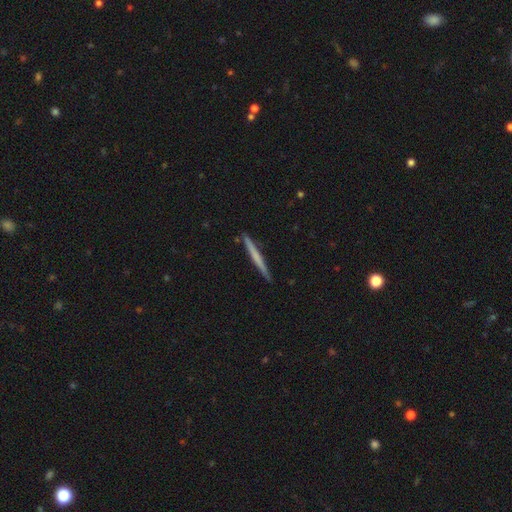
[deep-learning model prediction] Smooth or featured? Predicted: smooth (p=0.50). Merging? Predicted: none (p=0.91).